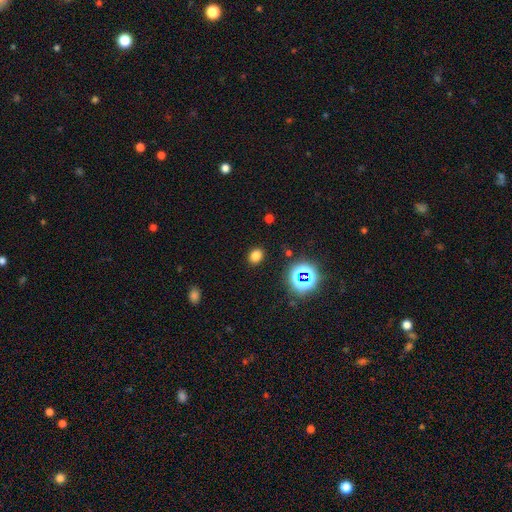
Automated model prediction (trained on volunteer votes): Morphology: type=smooth (74%); roundness=round (50%); merging=none (88%).